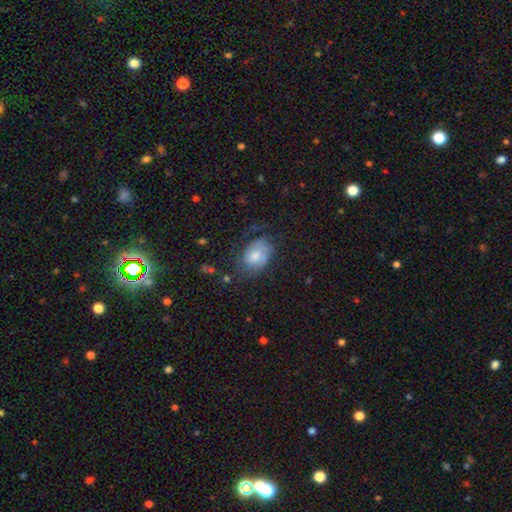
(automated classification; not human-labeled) Smooth or featured: smooth — 64% (featured or disk — 27%)
How rounded: in between — 72% (round — 27%)
Merging: none — 53% (minor disturbance — 28%)